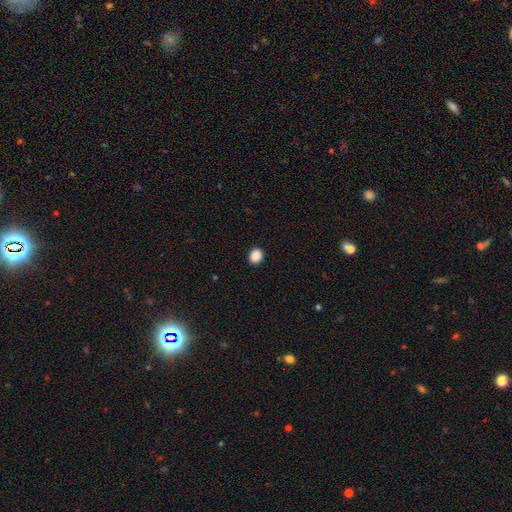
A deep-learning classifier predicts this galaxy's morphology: Overall: smooth (89%). How rounded: round (68%; in between 31%). Merging: none (91%).